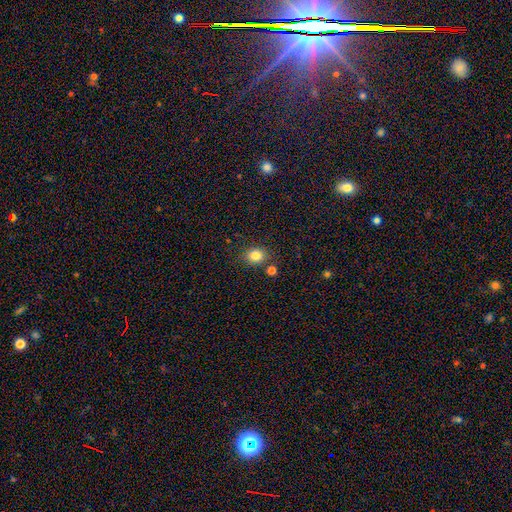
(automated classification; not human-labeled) smooth-or-featured: smooth: 83% | star or artifact: 11% | featured or disk: 6%
  how-rounded: round: 62% | in between: 37% | cigar-shaped: 1%
  merging: none: 79% | minor disturbance: 11% | merger: 7% | major disturbance: 3%